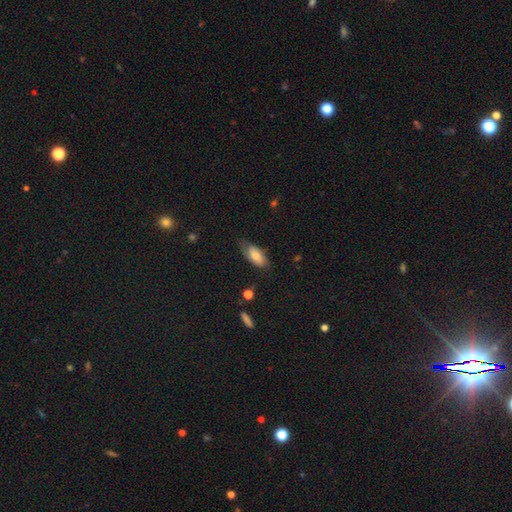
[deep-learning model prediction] This appears to be a smooth galaxy with no disk features (73%) that is in between round and cigar-shaped (86%). Merging: none (60%).